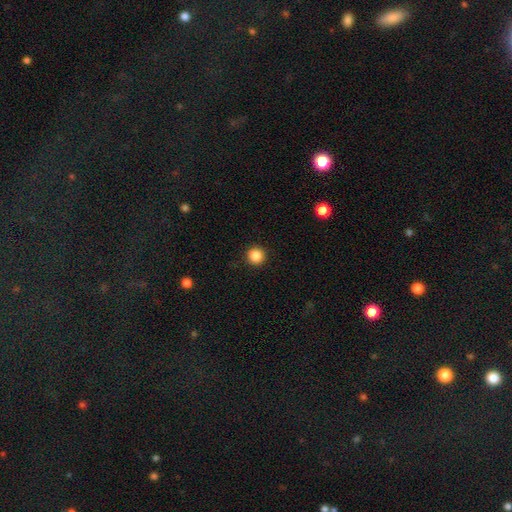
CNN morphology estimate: Q: Smooth or featured?
A: smooth (87%); runner-up: star or artifact (10%)
Q: How rounded?
A: round (95%); runner-up: in between (4%)
Q: Merging?
A: none (92%); runner-up: minor disturbance (5%)